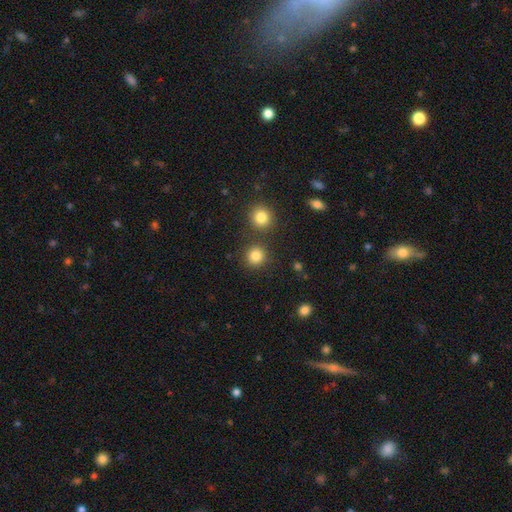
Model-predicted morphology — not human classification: type=smooth (84%); roundness=round (91%); merging=none (83%).